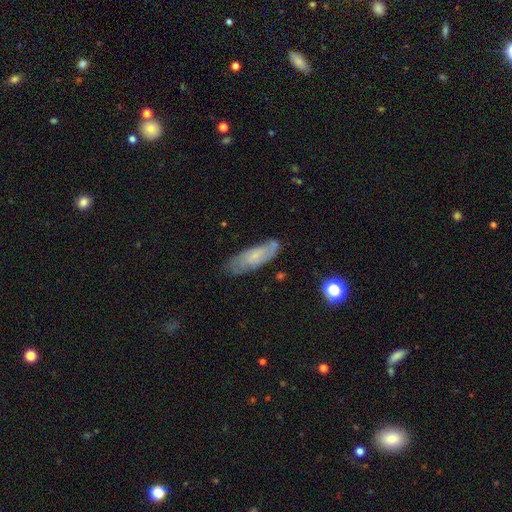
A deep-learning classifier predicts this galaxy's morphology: Q: Smooth or featured?
A: smooth (46%); tied with: featured or disk (46%)
Q: Merging?
A: none (68%); runner-up: minor disturbance (23%)